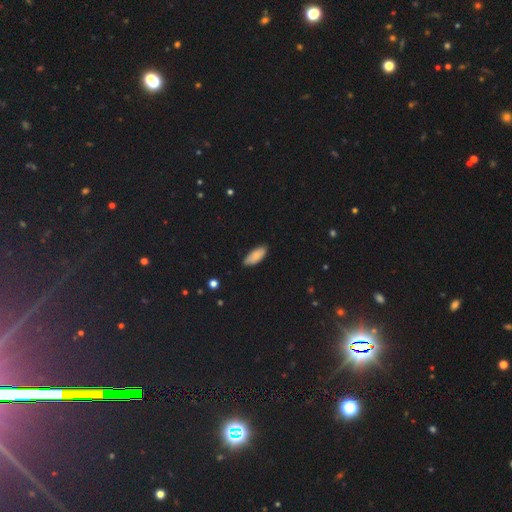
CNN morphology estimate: A smooth galaxy with no disk features (85%) that is in between round and cigar-shaped (83%).

Vote fractions:
- Smooth or featured? smooth: 85% / featured or disk: 9% / star or artifact: 7%
- How rounded? in between: 83% / cigar-shaped: 15% / round: 2%
- Merging? none: 84% / minor disturbance: 13% / major disturbance: 2% / merger: 1%